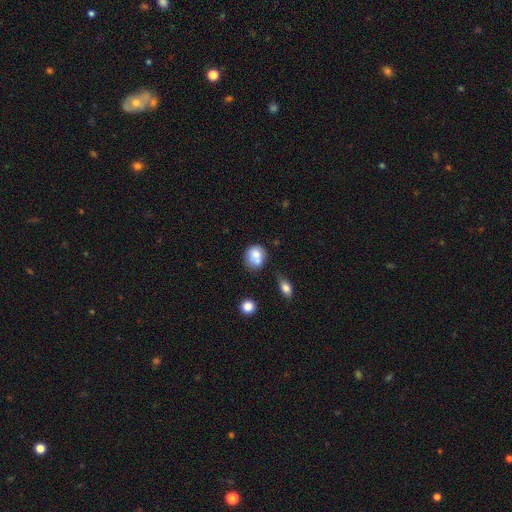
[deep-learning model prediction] This is likely a smooth galaxy (75%). How rounded: likely round (68%). Merging: marginally none (44%).